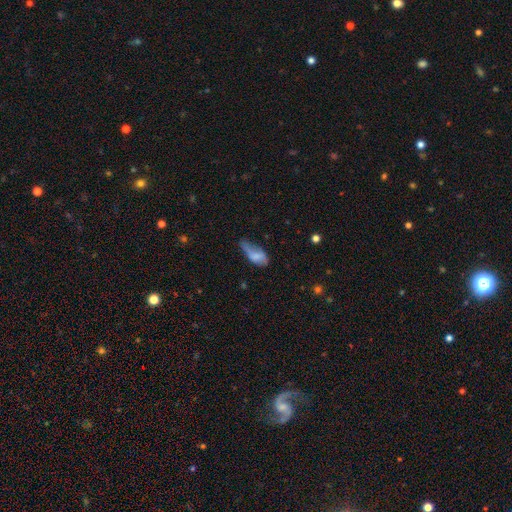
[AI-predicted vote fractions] Overall: smooth (67%). How rounded: in between (85%). Merging: minor disturbance (41%; major disturbance 28%).